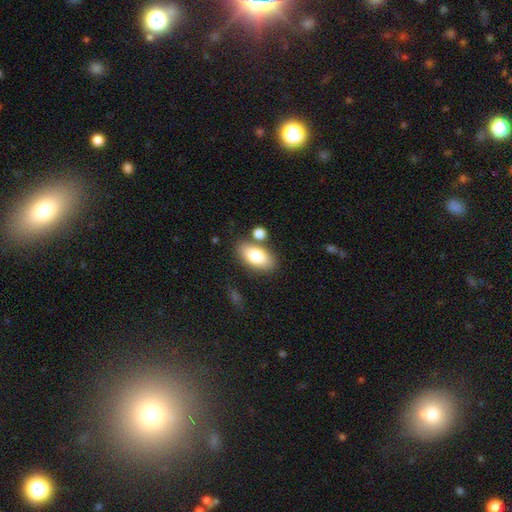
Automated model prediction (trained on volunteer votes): This appears to be a smooth galaxy with no disk features (78%) that is in between round and cigar-shaped (91%). Merging: none (74%).